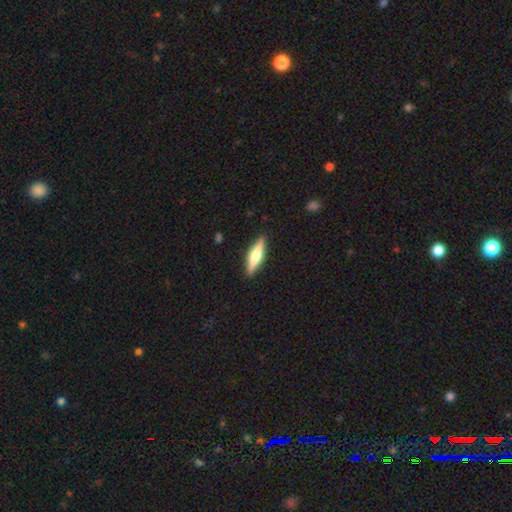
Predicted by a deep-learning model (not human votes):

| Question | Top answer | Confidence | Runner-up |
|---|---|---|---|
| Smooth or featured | featured or disk | 55% | smooth (40%) |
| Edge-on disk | yes | 96% | no (4%) |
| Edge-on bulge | rounded | 86% | boxy (9%) |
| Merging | none | 90% | minor disturbance (7%) |